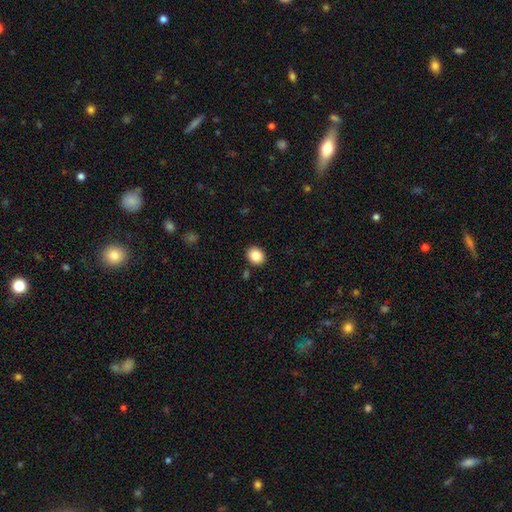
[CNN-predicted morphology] Smooth or featured?
  - smooth: 85% *
  - star or artifact: 9%
  - featured or disk: 6%
How rounded?
  - round: 59% *
  - in between: 41%
  - cigar-shaped: 1%
Merging?
  - none: 90% *
  - minor disturbance: 7%
  - merger: 2%
  - major disturbance: 2%